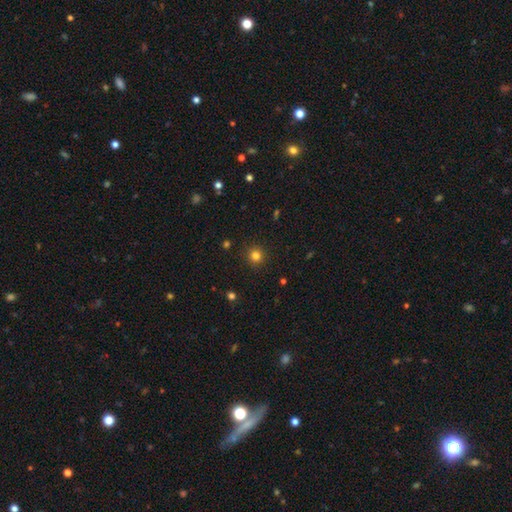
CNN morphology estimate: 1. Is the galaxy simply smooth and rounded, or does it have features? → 81% smooth, 15% star or artifact, 5% featured or disk.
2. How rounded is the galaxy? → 94% round, 5% in between, 1% cigar-shaped.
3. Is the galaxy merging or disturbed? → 91% none, 6% minor disturbance, 2% major disturbance, 1% merger.